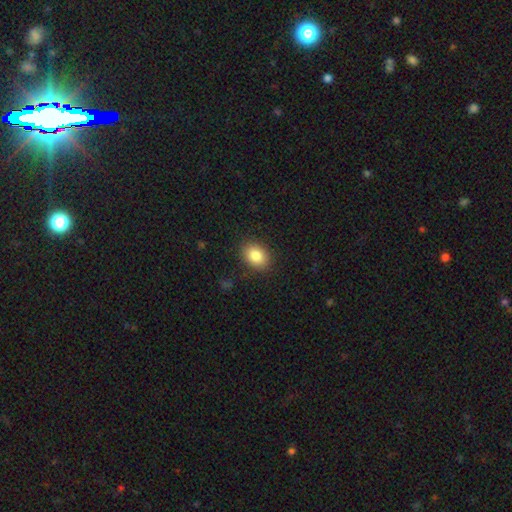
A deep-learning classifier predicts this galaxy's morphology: A smooth galaxy with no disk features (85%) that is in between round and cigar-shaped (70%). Merging: none (87%).